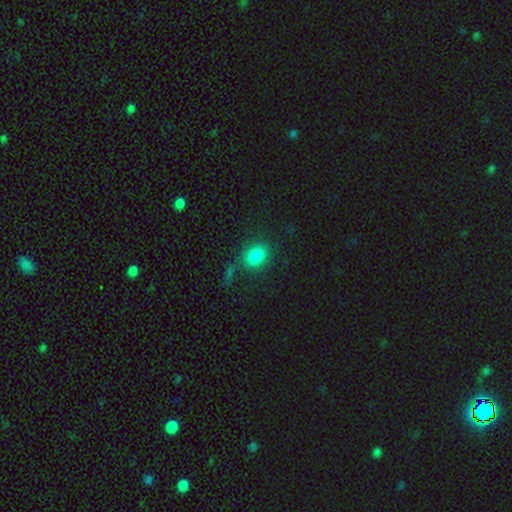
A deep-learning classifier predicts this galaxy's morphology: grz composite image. It shows a smooth galaxy with no disk features (81%) that is in between round and cigar-shaped (68%). Merging: none (56%).